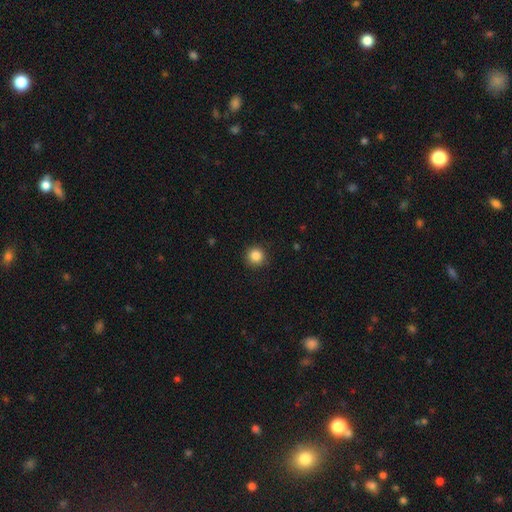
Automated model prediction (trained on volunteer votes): This is clearly a smooth galaxy (85%). How rounded: clearly round (95%). Merging: clearly none (91%).